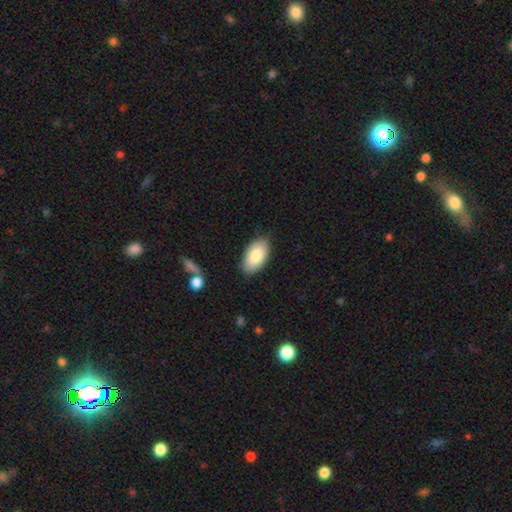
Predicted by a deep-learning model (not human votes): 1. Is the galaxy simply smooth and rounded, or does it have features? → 82% smooth, 12% featured or disk, 6% star or artifact.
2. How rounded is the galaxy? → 95% in between, 3% round, 2% cigar-shaped.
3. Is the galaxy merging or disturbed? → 84% none, 12% minor disturbance, 2% major disturbance, 1% merger.